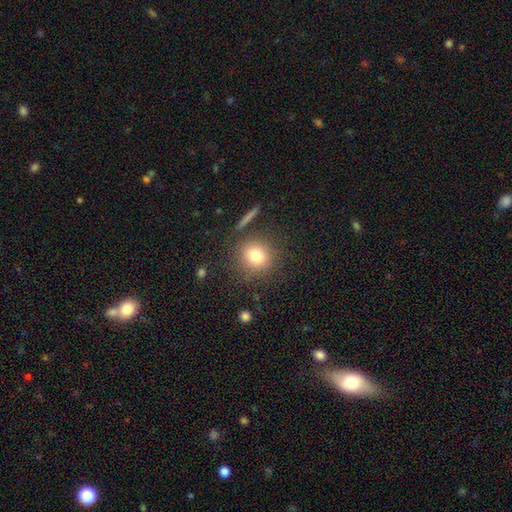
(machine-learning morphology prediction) This appears to be a smooth galaxy with no disk features (78%) that is round (91%). Merging: none (84%).